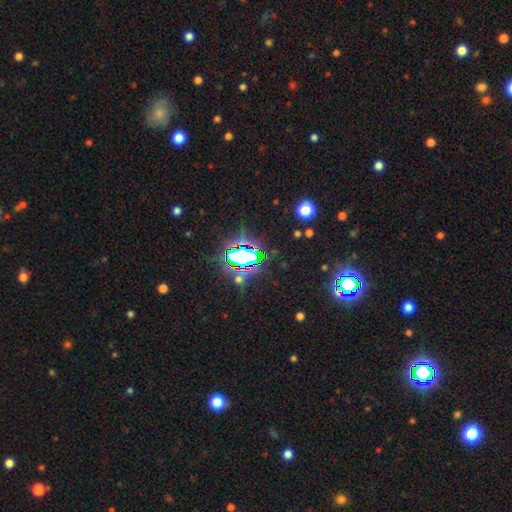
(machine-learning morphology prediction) Smooth or featured? star or artifact (83%)